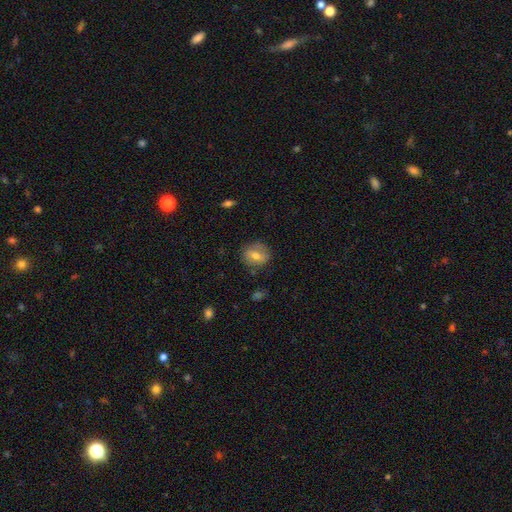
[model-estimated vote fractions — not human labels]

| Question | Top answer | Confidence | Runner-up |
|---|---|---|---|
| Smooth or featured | smooth | 62% | featured or disk (30%) |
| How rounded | round | 74% | in between (25%) |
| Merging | none | 79% | minor disturbance (15%) |